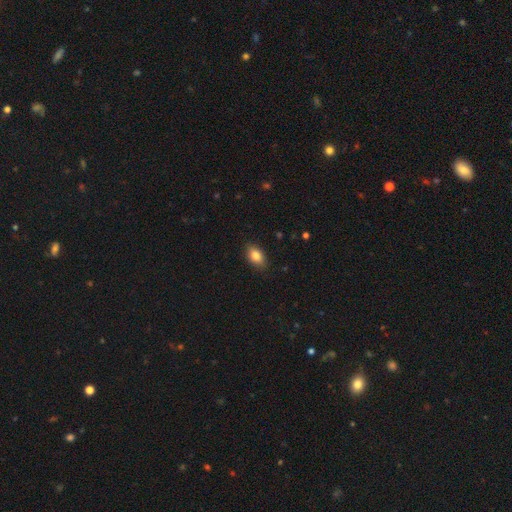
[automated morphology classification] Q: Smooth or featured?
A: smooth (84%); runner-up: featured or disk (8%)
Q: How rounded?
A: in between (89%); runner-up: round (9%)
Q: Merging?
A: none (87%); runner-up: minor disturbance (10%)